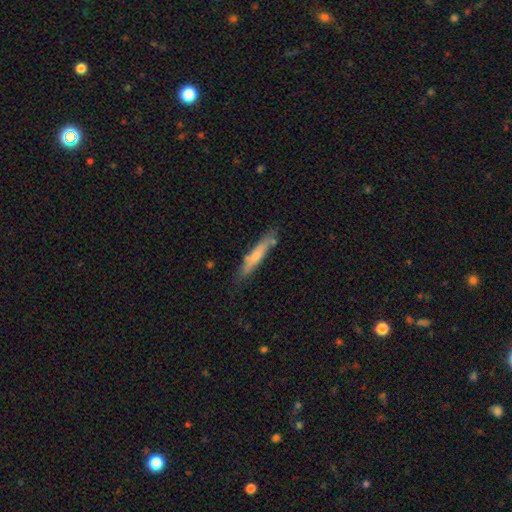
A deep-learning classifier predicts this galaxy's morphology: type=smooth (60%); roundness=cigar-shaped (90%); merging=none (76%).